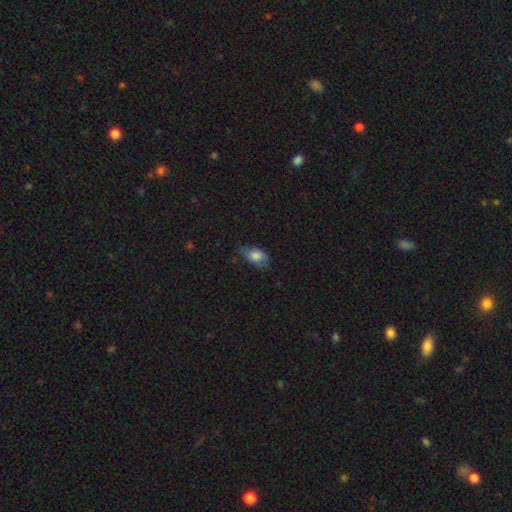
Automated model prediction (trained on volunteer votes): The model was most divided on "merging": none: 56%, minor disturbance: 33%, major disturbance: 10%, merger: 1%. More confident: how rounded — in between (87%); smooth or featured — smooth (77%).